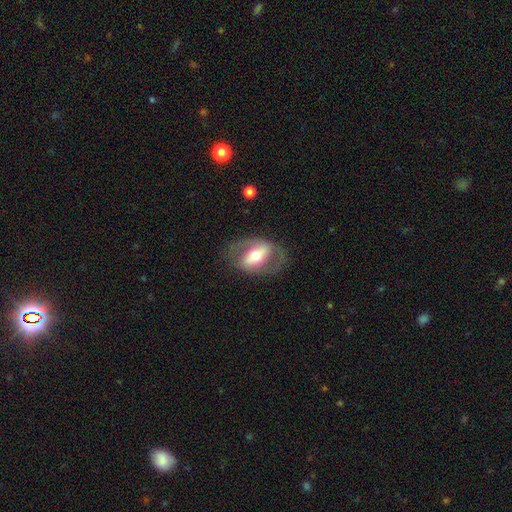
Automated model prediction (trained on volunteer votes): Overall: featured or disk (66%; smooth 28%). Edge-on disk: no (91%). Bar: strong (48%; weak 30%). Spiral arms: yes (58%; no 42%). Bulge size: moderate (65%). Merging: none (72%).